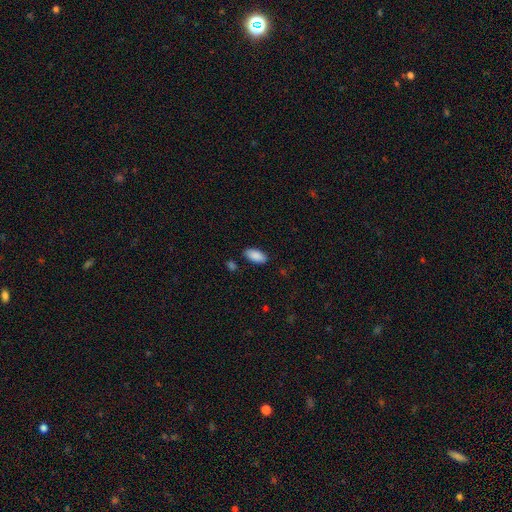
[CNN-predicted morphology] type=smooth (90%); roundness=in between (93%); merging=none (85%).